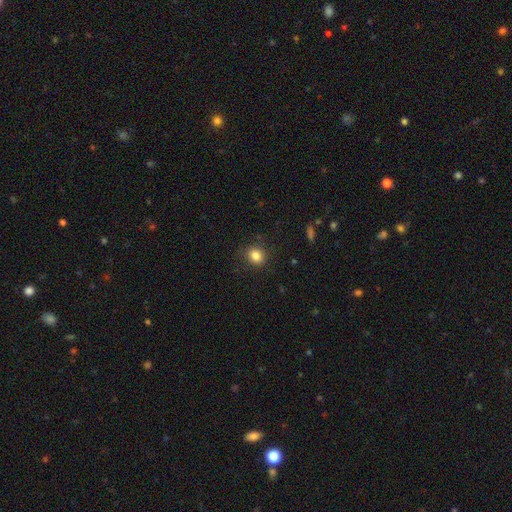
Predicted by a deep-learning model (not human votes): smooth-or-featured: smooth: 84% | star or artifact: 11% | featured or disk: 5%
  how-rounded: round: 62% | in between: 37% | cigar-shaped: 1%
  merging: none: 86% | minor disturbance: 10% | major disturbance: 3% | merger: 1%